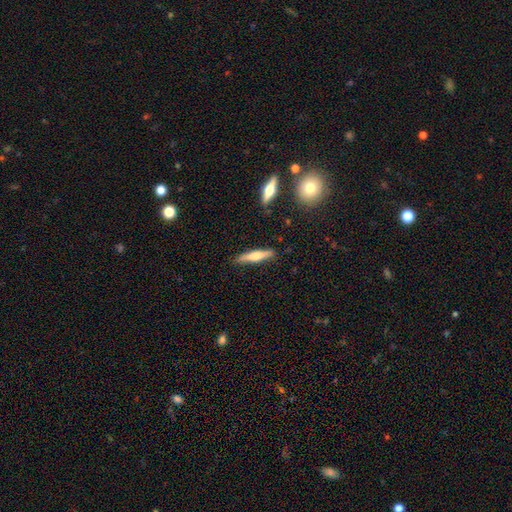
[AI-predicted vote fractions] Overall: smooth (51%; featured or disk 43%). How rounded: cigar-shaped (87%). Merging: none (87%).